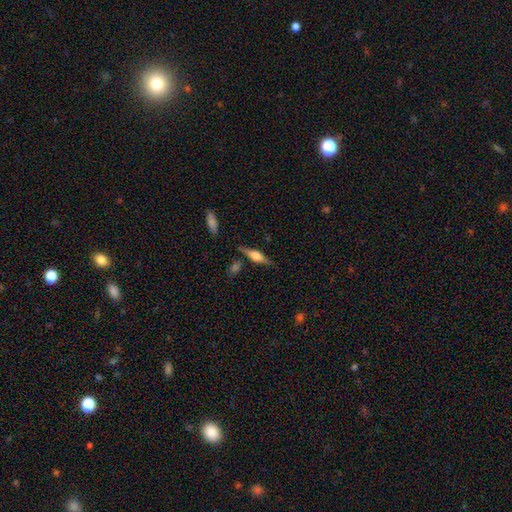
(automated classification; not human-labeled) Smooth or featured? Predicted: featured or disk (p=0.55). Edge-on disk? Predicted: yes (p=0.95). Edge-on bulge? Predicted: rounded (p=0.80). Merging? Predicted: none (p=0.79).